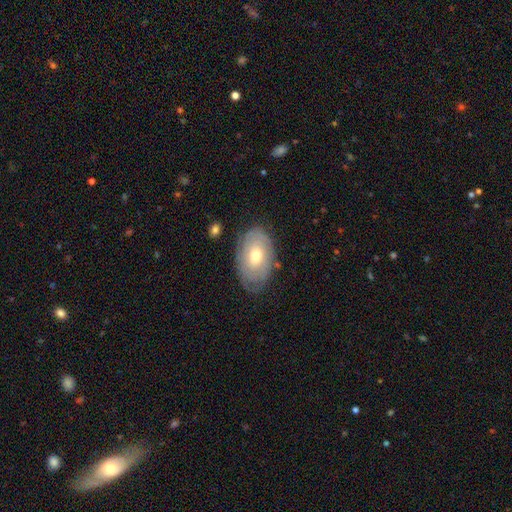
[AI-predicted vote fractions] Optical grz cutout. It shows a featured or disk galaxy (54%) with no bar (78%), spiral arms (63%) and a moderate central bulge (65%). Merging: none (74%).